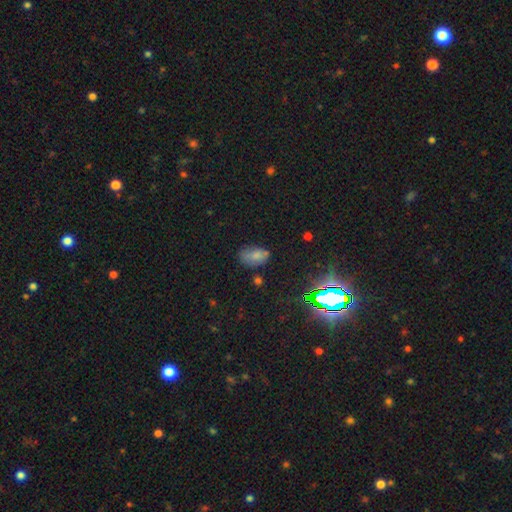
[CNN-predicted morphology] smooth_or_featured: smooth (p=0.71) [alt: star or artifact p=0.18]
how_rounded: in between (p=0.89) [alt: round p=0.09]
merging: none (p=0.58) [alt: minor disturbance p=0.28]